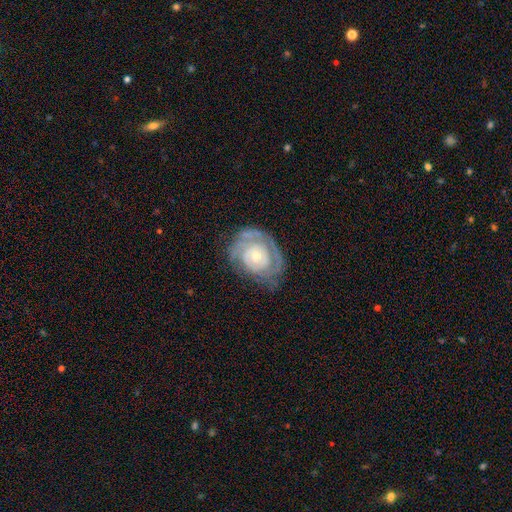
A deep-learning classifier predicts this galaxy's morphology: Q: Smooth or featured?
A: featured or disk (78%); runner-up: smooth (16%)
Q: Edge-on disk?
A: no (97%); runner-up: yes (3%)
Q: Bar?
A: no (80%); runner-up: weak (17%)
Q: Spiral arms?
A: yes (85%); runner-up: no (15%)
Q: Spiral winding?
A: tight (72%); runner-up: medium (22%)
Q: Spiral arm count?
A: can't tell (41%); runner-up: 2 (28%)
Q: Bulge size?
A: small (56%); runner-up: moderate (37%)
Q: Merging?
A: none (63%); runner-up: minor disturbance (23%)